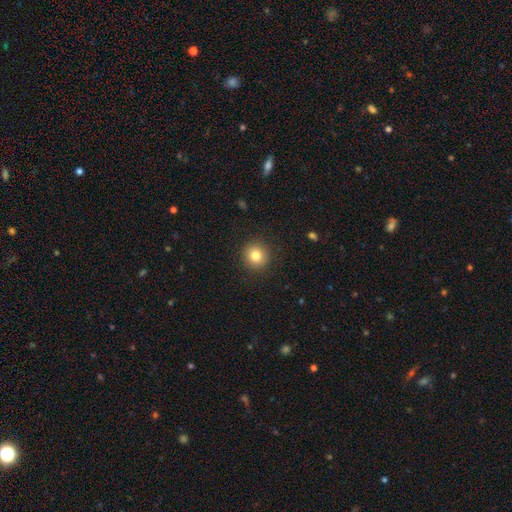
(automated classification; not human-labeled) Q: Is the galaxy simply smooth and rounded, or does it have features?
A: smooth — 82%.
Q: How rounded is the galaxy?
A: round — 92%.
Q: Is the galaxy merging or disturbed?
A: none — 91%.